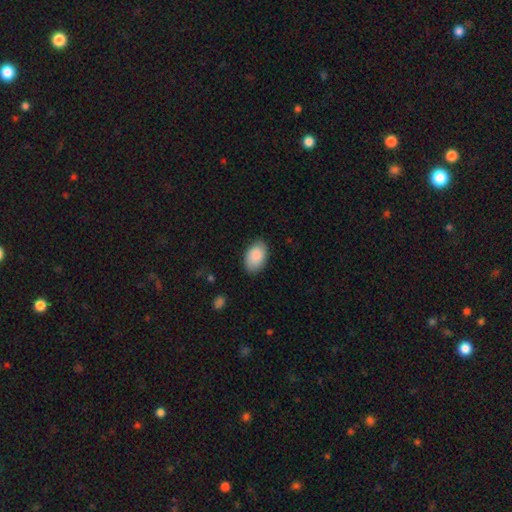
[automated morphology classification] This appears to be a smooth galaxy with no disk features (89%) that is in between round and cigar-shaped (92%). Merging: none (84%).